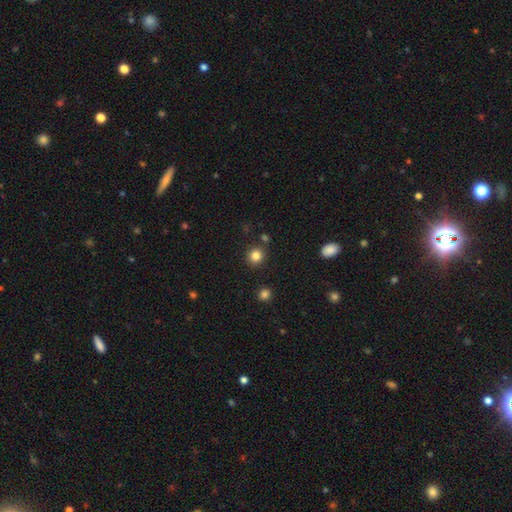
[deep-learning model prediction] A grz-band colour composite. It shows a smooth galaxy with no disk features (83%) that is round (89%). Merging: none (86%).